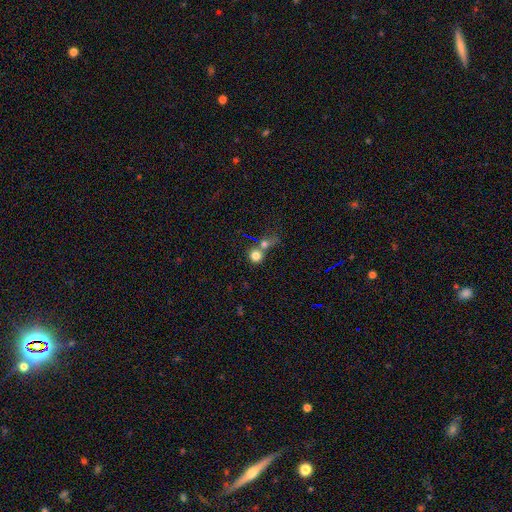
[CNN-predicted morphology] A smooth galaxy with no disk features (77%) that is round (88%). Merging: merger (44%).